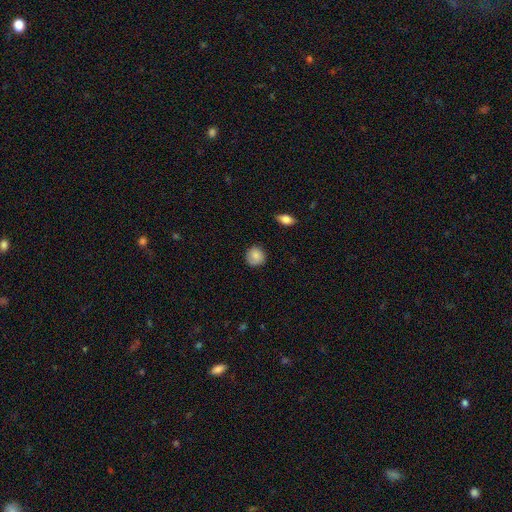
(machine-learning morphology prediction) A smooth galaxy with no disk features (84%) that is round (89%). Merging: none (84%).